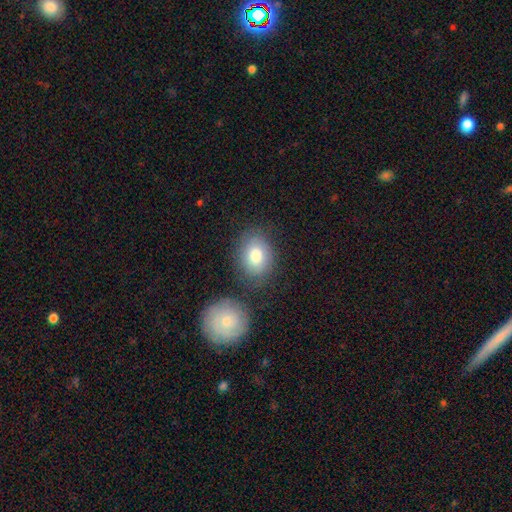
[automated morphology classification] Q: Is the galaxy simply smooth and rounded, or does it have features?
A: smooth — 78%.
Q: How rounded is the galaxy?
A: in between — 66%.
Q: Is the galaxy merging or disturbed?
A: none — 73%.